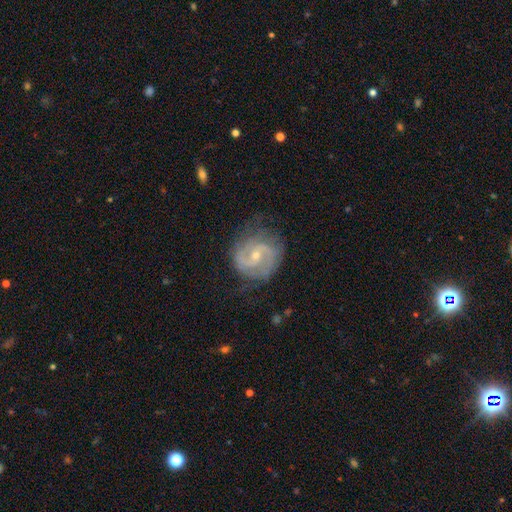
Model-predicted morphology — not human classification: Smooth or featured? featured or disk (87%)
Edge-on disk? no (98%)
Bar? weak (45%)
Spiral arms? yes (96%)
Spiral winding? medium (51%)
Spiral arm count? 2 (85%)
Bulge size? small (62%)
Merging? none (73%)